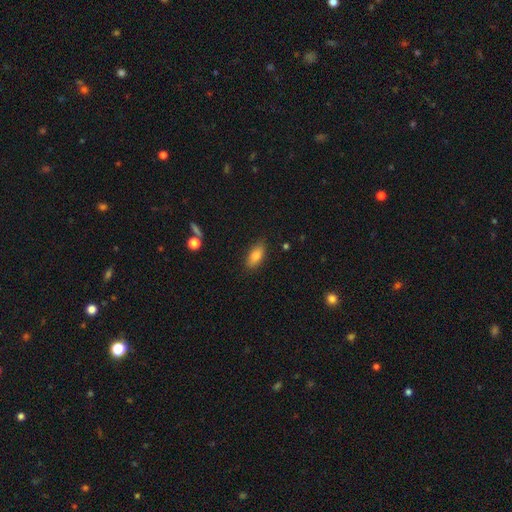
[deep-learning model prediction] Smooth or featured? smooth (81%)
How rounded? in between (85%)
Merging? none (84%)